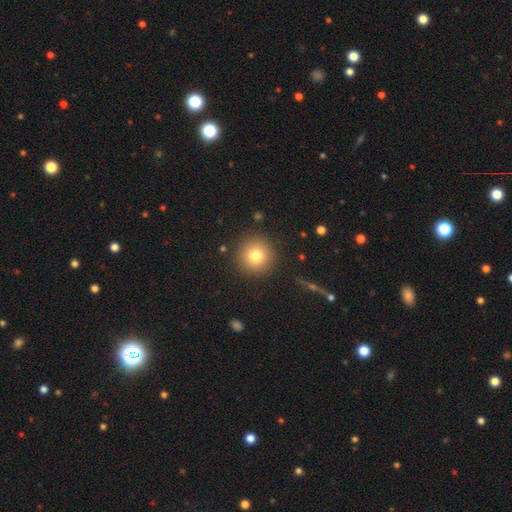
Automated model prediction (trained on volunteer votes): Overall: smooth (78%). How rounded: round (95%). Merging: none (91%).